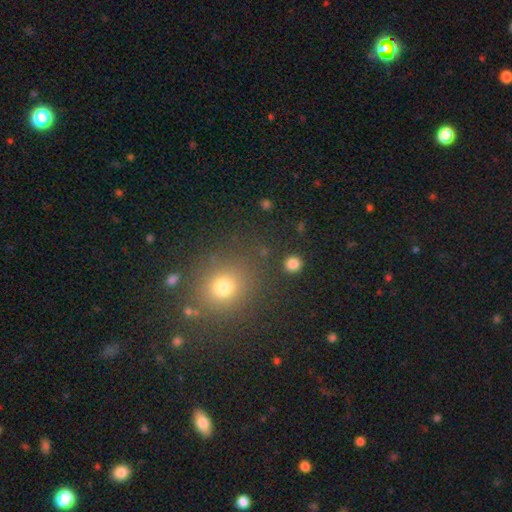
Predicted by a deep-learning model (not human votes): Smooth or featured? Predicted: smooth (p=0.61). How rounded? Predicted: round (p=0.81). Merging? Predicted: none (p=0.85).